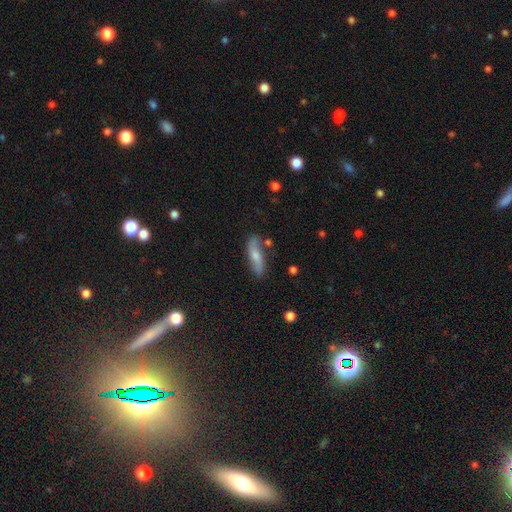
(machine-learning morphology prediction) Smooth or featured: smooth — 55% (featured or disk — 38%)
How rounded: cigar-shaped — 52% (in between — 45%)
Merging: none — 73% (minor disturbance — 18%)